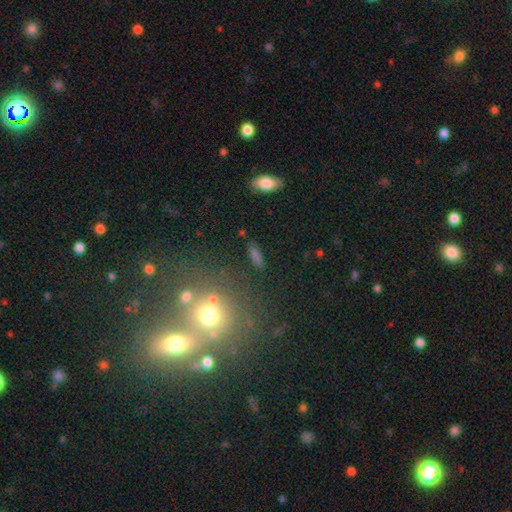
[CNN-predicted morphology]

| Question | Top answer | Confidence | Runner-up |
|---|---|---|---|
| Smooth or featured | smooth | 64% | star or artifact (19%) |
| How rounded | cigar-shaped | 47% | in between (43%) |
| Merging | none | 81% | minor disturbance (11%) |